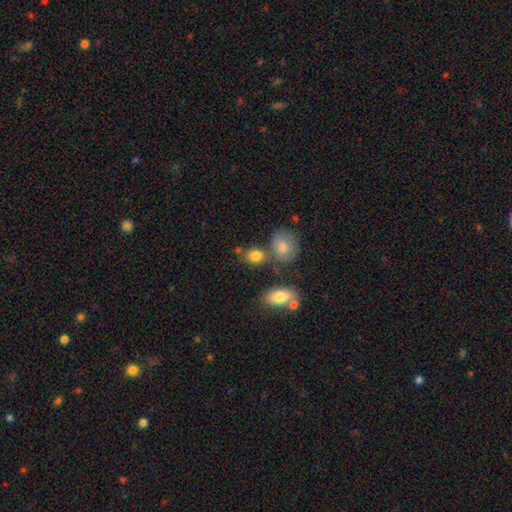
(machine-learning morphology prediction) Q: Smooth or featured?
A: smooth (82%); runner-up: star or artifact (9%)
Q: How rounded?
A: in between (55%); runner-up: round (43%)
Q: Merging?
A: none (58%); runner-up: merger (22%)